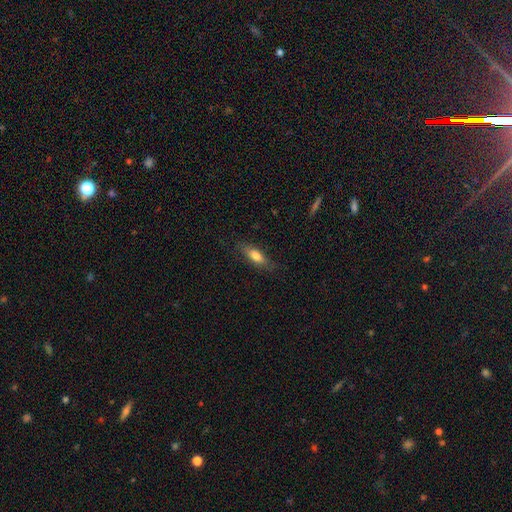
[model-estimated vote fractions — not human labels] Morphology: type=smooth (75%); roundness=in between (57%); merging=none (77%).